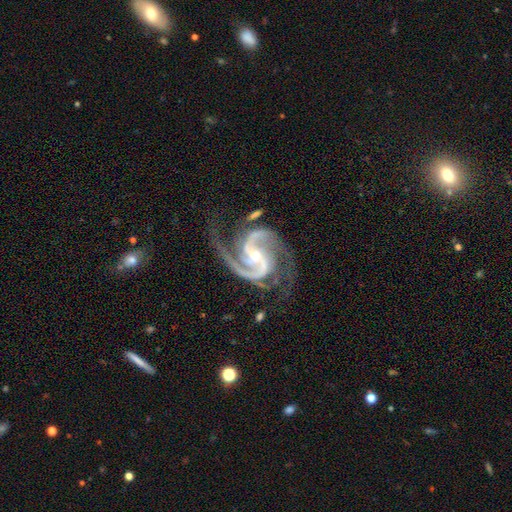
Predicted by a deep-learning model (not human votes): Smooth or featured?
  - featured or disk: 94% *
  - star or artifact: 4%
  - smooth: 2%
Edge-on disk?
  - no: 98% *
  - yes: 2%
Bar?
  - weak: 36% *
  - no: 32%
  - strong: 32%
Spiral arms?
  - yes: 99% *
  - no: 1%
Spiral winding?
  - medium: 64% *
  - tight: 23%
  - loose: 13%
Spiral arm count?
  - 2: 75% *
  - 3: 15%
  - can't tell: 3%
  - 4: 3%
  - 1: 2%
  - more than 4: 2%
Bulge size?
  - small: 58% *
  - moderate: 39%
  - large: 1%
  - none: 1%
  - dominant: 1%
Merging?
  - none: 66% *
  - minor disturbance: 20%
  - major disturbance: 12%
  - merger: 3%